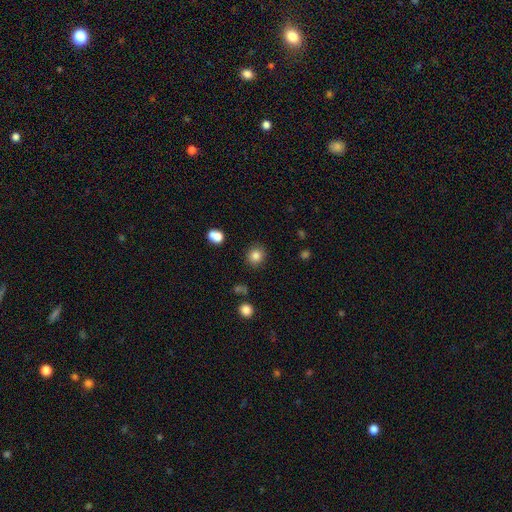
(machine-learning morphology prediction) Smooth or featured? smooth (83%)
How rounded? round (88%)
Merging? none (88%)